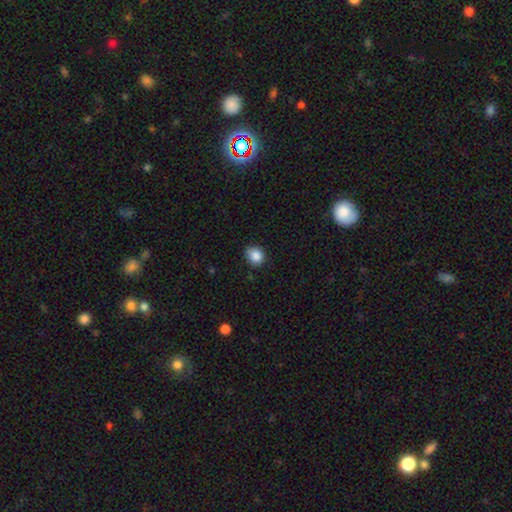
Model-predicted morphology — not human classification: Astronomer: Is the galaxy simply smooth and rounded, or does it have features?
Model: smooth — 86%.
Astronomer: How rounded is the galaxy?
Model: round — 71%.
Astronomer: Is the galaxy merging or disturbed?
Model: none — 72%.